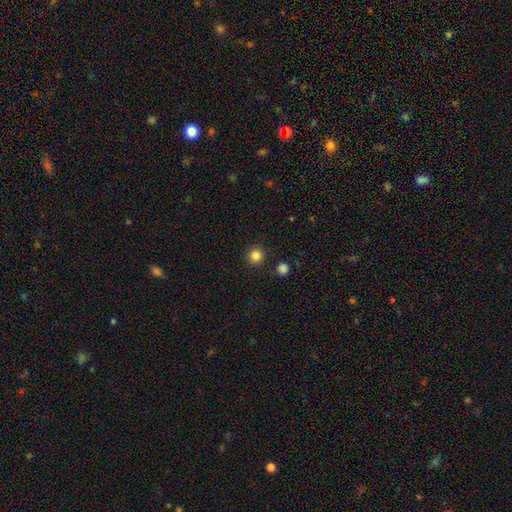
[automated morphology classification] A smooth galaxy with no disk features (84%) that is round (95%). Merging: none (91%).